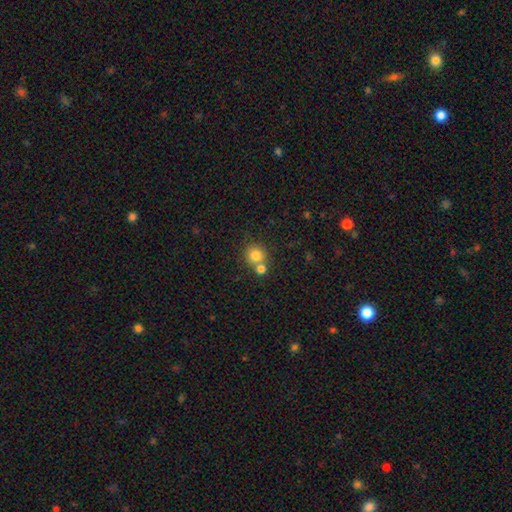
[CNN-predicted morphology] A smooth galaxy with no disk features (81%) that is round (90%). Merging: none (55%).